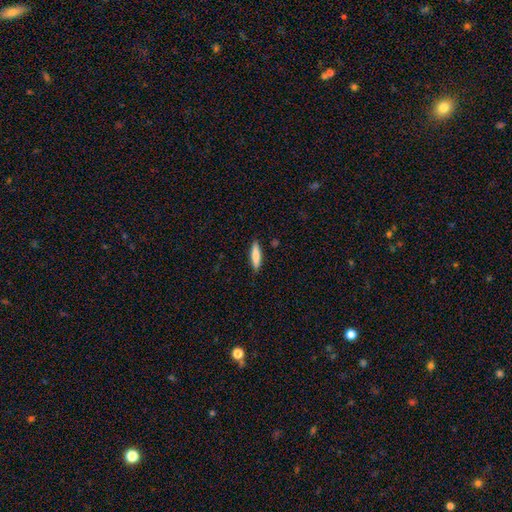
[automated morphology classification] A smooth galaxy with no disk features (80%) that is cigar-shaped (79%).

Vote fractions:
- Smooth or featured? smooth: 80% / featured or disk: 15% / star or artifact: 6%
- How rounded? cigar-shaped: 79% / in between: 20% / round: 1%
- Merging? none: 87% / minor disturbance: 9% / major disturbance: 2% / merger: 1%